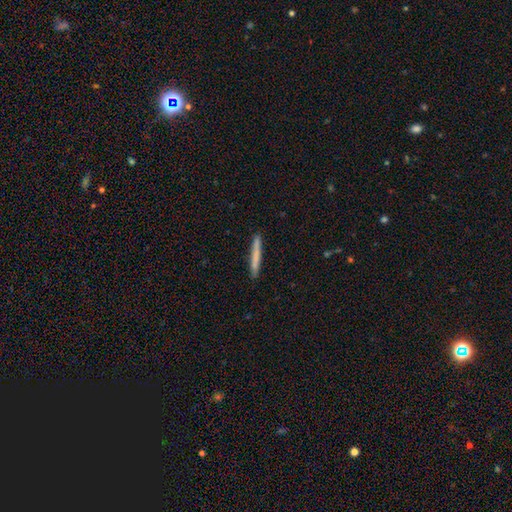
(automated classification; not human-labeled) Smooth or featured? smooth (71%)
How rounded? cigar-shaped (97%)
Merging? none (91%)